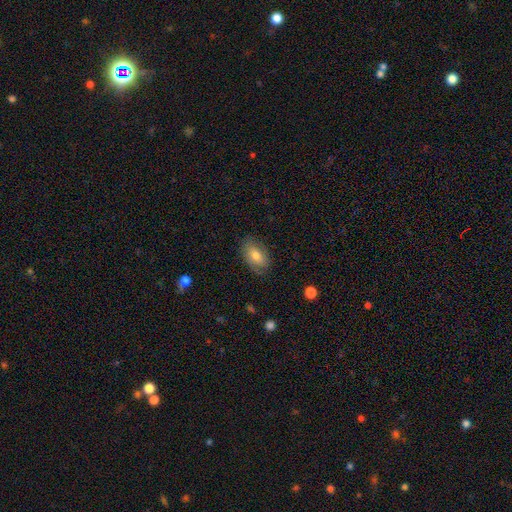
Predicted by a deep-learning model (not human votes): The model was most divided on "smooth or featured": smooth: 61%, featured or disk: 31%, star or artifact: 8%. More confident: how rounded — in between (89%); merging — none (77%).